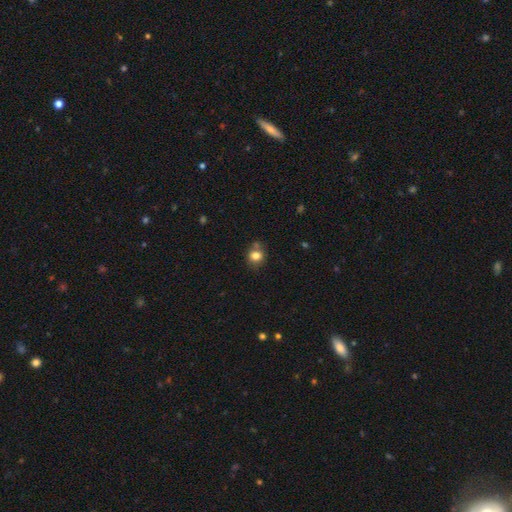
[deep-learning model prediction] A smooth galaxy with no disk features (81%) that is round (73%). Merging: none (66%).